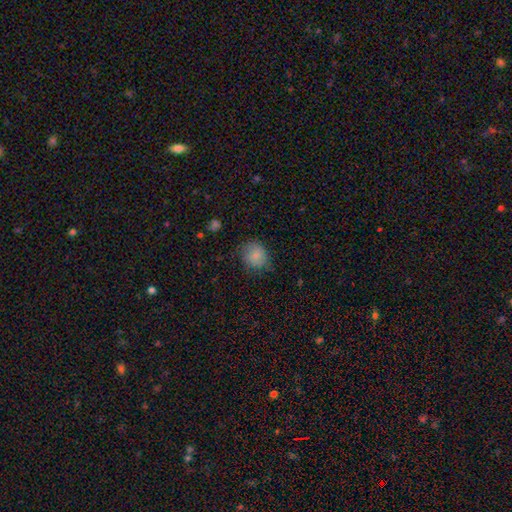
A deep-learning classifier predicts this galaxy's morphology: Smooth or featured?
  - smooth: 82% *
  - featured or disk: 9%
  - star or artifact: 9%
How rounded?
  - round: 75% *
  - in between: 25%
  - cigar-shaped: 1%
Merging?
  - none: 72% *
  - minor disturbance: 21%
  - major disturbance: 6%
  - merger: 1%